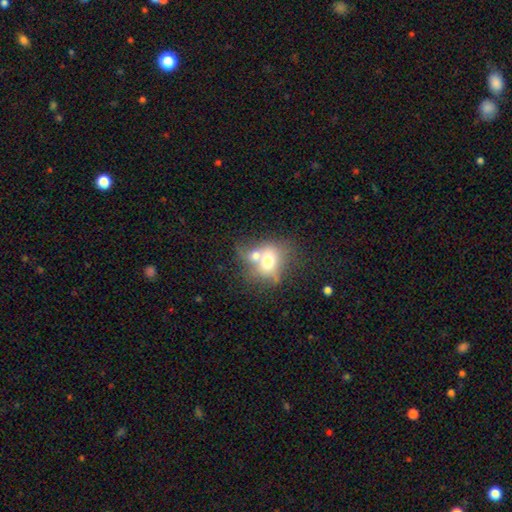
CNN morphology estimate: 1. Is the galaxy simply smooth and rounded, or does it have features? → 62% smooth, 28% featured or disk, 10% star or artifact.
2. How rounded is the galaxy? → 49% in between (tied), 49% round (tied), 2% cigar-shaped.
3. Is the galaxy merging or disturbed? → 66% merger, 18% none, 8% minor disturbance, 8% major disturbance.